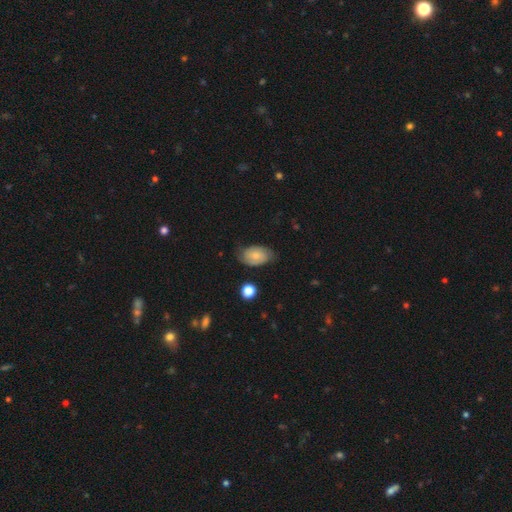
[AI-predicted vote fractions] Smooth or featured? smooth (65%)
How rounded? in between (88%)
Merging? none (66%)